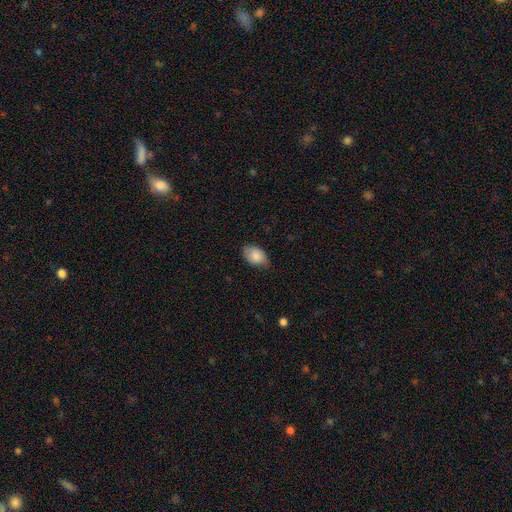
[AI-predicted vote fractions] Smooth or featured? Predicted: smooth (p=0.86). How rounded? Predicted: in between (p=0.89). Merging? Predicted: none (p=0.72).